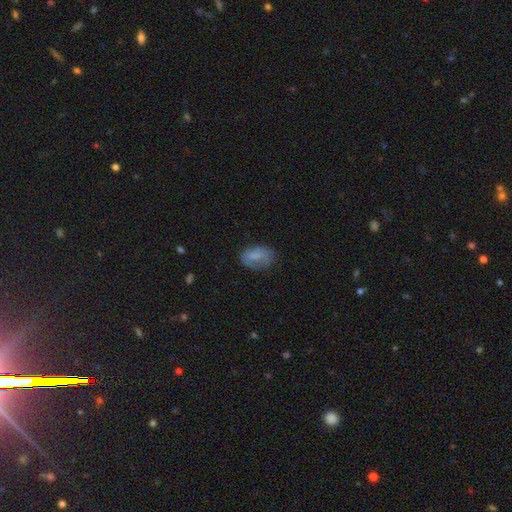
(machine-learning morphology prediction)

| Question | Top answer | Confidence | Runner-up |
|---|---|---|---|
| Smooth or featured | smooth | 69% | featured or disk (23%) |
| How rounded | in between | 85% | round (13%) |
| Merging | none | 58% | minor disturbance (27%) |